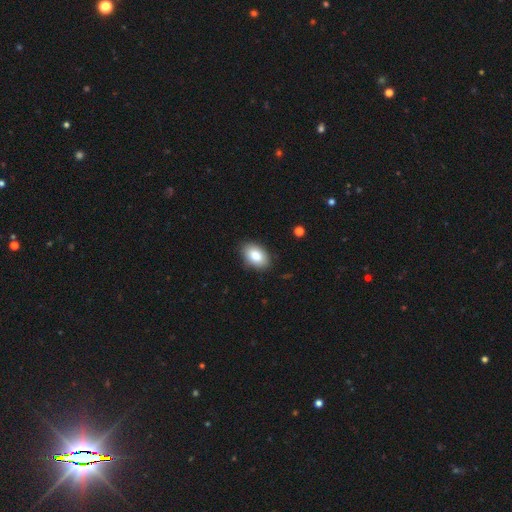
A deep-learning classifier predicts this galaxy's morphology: type=smooth (86%); roundness=in between (92%); merging=none (86%).